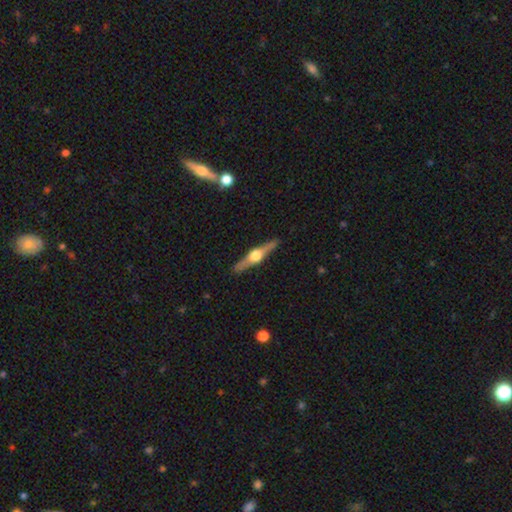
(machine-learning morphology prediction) Smooth or featured? Predicted: featured or disk (p=0.78). Edge-on disk? Predicted: yes (p=0.98). Edge-on bulge? Predicted: rounded (p=0.96). Merging? Predicted: none (p=0.91).